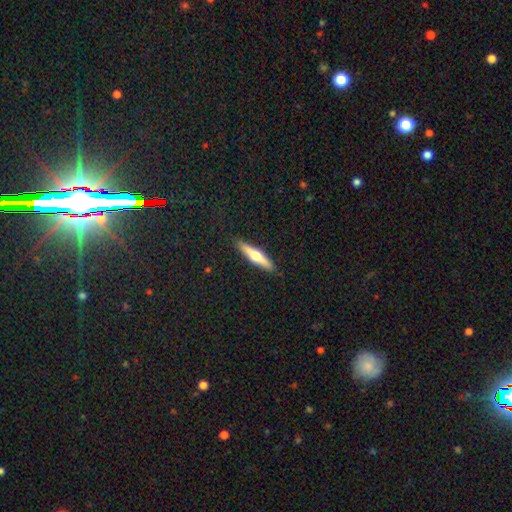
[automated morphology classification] smooth-or-featured: featured or disk: 50% | smooth: 44% | star or artifact: 6%
  disk-edge-on: yes: 93% | no: 7%
  merging: none: 90% | minor disturbance: 7% | major disturbance: 2% | merger: 1%